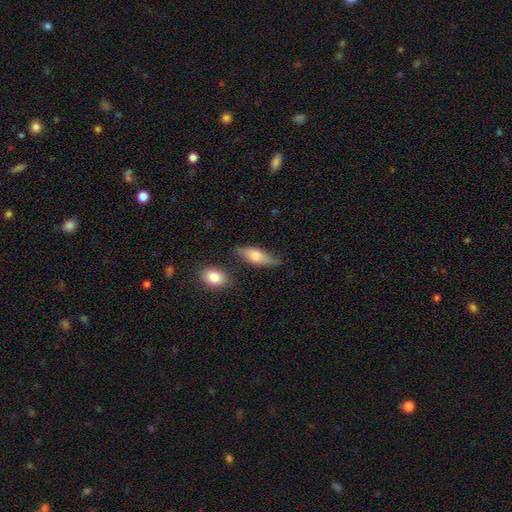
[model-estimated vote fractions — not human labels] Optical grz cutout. It shows a smooth galaxy with no disk features (67%) that is in between round and cigar-shaped (65%). Merging: none (63%).